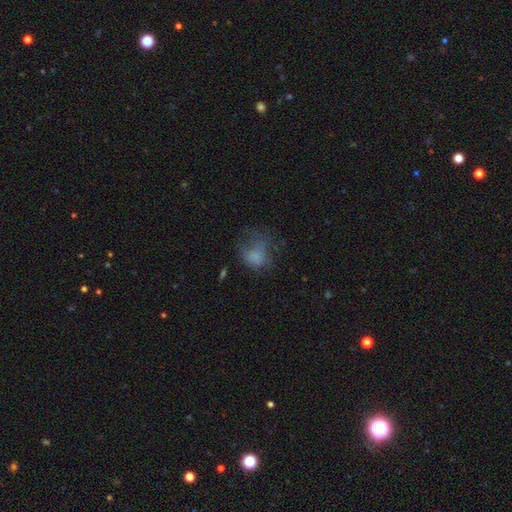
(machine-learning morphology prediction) This appears to be a smooth galaxy with no disk features (67%) that is in between round and cigar-shaped (51%). Merging: major disturbance (40%).